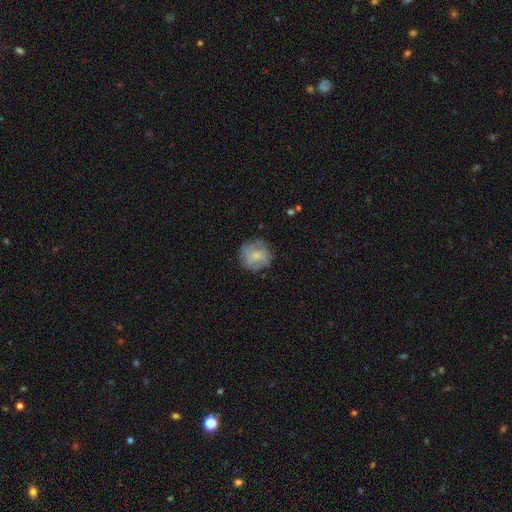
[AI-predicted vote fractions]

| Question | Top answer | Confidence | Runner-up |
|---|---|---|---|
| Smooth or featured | smooth | 57% | featured or disk (35%) |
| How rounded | round | 89% | in between (10%) |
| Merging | none | 74% | minor disturbance (18%) |